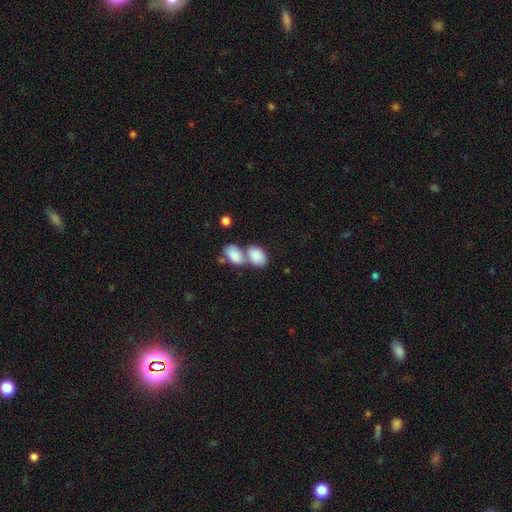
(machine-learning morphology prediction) A smooth galaxy with no disk features (84%) that is in between round and cigar-shaped (89%).

Vote fractions:
- Smooth or featured? smooth: 84% / featured or disk: 10% / star or artifact: 6%
- How rounded? in between: 89% / round: 10% / cigar-shaped: 1%
- Merging? merger: 65% / none: 24% / minor disturbance: 8% / major disturbance: 3%